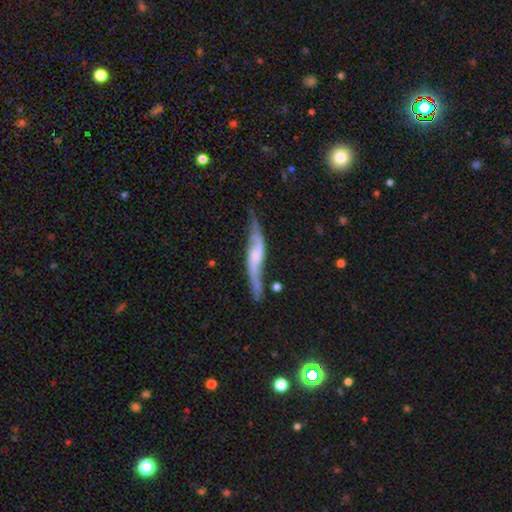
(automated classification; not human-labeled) Smooth or featured?
  - featured or disk: 74% *
  - smooth: 20%
  - star or artifact: 6%
Edge-on disk?
  - no: 54% *
  - yes: 46%
Merging?
  - none: 58% *
  - minor disturbance: 26%
  - major disturbance: 11%
  - merger: 5%